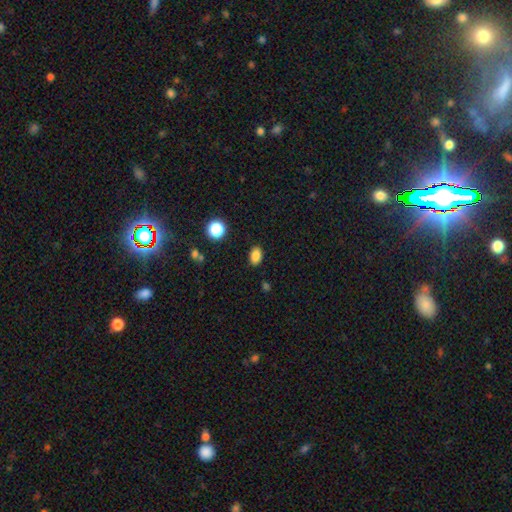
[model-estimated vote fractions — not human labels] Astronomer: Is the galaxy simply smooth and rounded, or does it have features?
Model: smooth — 85%.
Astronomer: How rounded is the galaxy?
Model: in between — 84%.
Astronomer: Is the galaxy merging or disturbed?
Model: none — 88%.